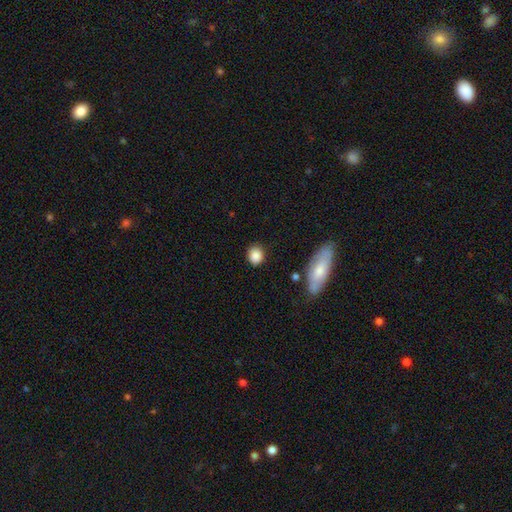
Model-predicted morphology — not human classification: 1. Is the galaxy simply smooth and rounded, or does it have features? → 87% smooth, 8% star or artifact, 5% featured or disk.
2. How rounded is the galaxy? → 71% round, 27% in between, 2% cigar-shaped.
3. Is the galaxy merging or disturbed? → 82% none, 12% minor disturbance, 3% major disturbance, 2% merger.